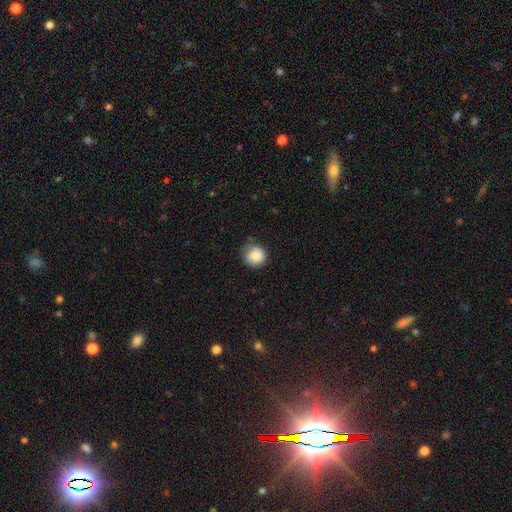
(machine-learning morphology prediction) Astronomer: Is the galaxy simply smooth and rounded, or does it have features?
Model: smooth — 84%.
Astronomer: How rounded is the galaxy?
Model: round — 89%.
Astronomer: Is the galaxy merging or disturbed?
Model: none — 66%.